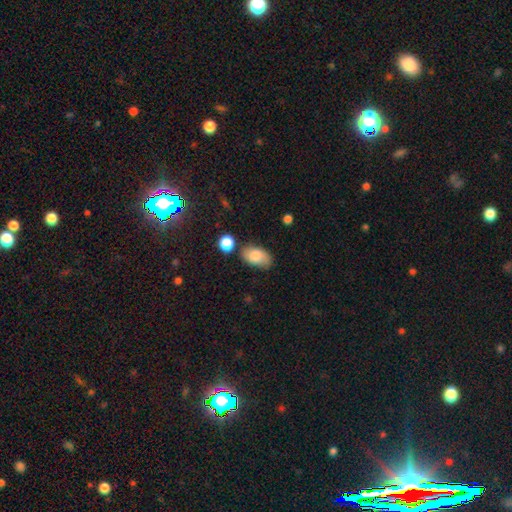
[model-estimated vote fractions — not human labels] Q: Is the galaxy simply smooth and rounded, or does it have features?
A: smooth — 81%.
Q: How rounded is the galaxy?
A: in between — 92%.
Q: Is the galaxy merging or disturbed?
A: none — 69%.